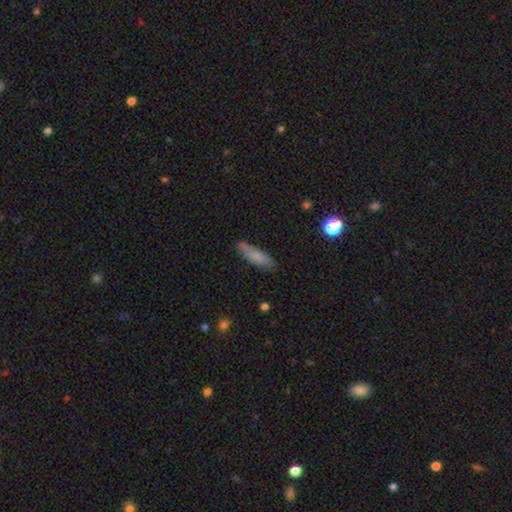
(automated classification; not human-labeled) smooth-or-featured: smooth: 76% | featured or disk: 16% | star or artifact: 8%
  how-rounded: cigar-shaped: 66% | in between: 32% | round: 2%
  merging: none: 79% | minor disturbance: 16% | major disturbance: 3% | merger: 2%